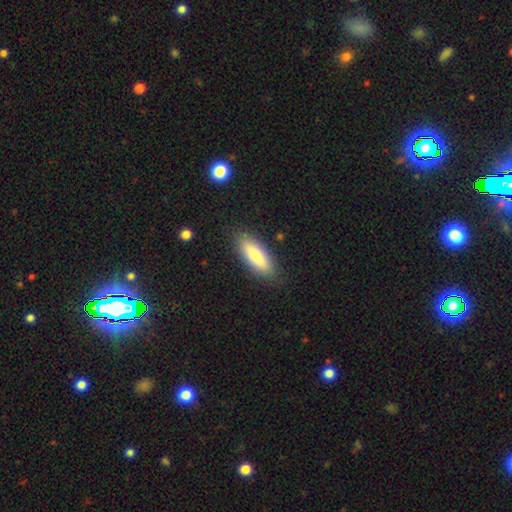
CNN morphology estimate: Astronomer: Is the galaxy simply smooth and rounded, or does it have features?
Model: smooth — 77%.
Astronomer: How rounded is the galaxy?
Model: in between — 66%.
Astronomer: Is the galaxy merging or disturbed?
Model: none — 86%.